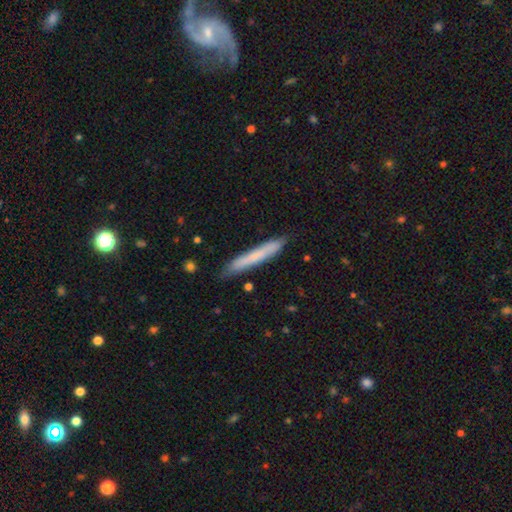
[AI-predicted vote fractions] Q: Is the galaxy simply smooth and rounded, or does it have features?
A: smooth — 69%.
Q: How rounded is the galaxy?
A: cigar-shaped — 96%.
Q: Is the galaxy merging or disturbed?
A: none — 85%.